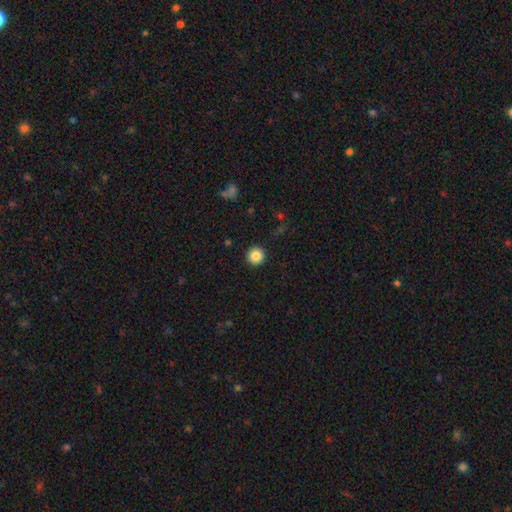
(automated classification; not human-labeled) A smooth galaxy with no disk features (86%) that is round (96%). Merging: none (92%).